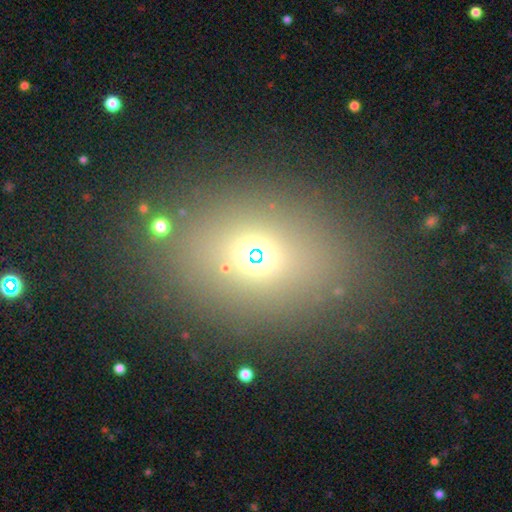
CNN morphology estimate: smooth 54%, star or artifact 32%, featured or disk 14%. Down the decision tree: how rounded — in between (56%); merging — none (82%).